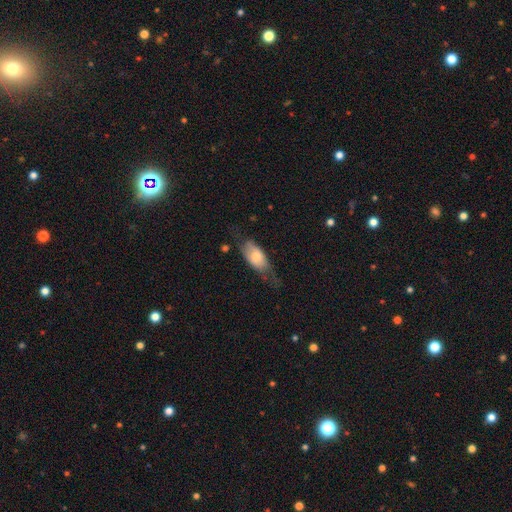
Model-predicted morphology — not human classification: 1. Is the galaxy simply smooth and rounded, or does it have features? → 62% smooth, 31% featured or disk, 7% star or artifact.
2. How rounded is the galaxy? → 84% in between, 12% cigar-shaped, 4% round.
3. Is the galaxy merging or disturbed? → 44% none, 33% minor disturbance, 20% major disturbance, 2% merger.